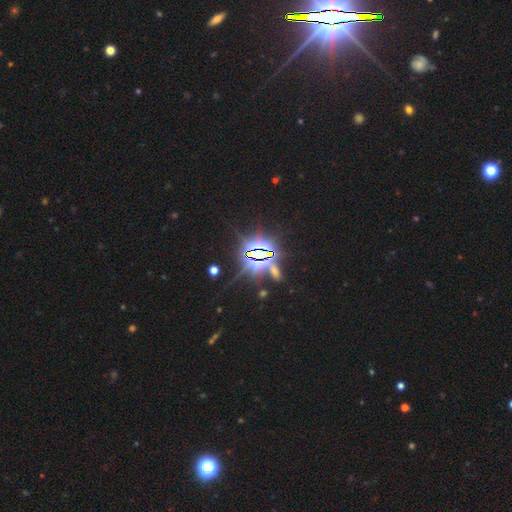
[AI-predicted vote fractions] Smooth or featured: star or artifact — 85% (featured or disk — 8%)